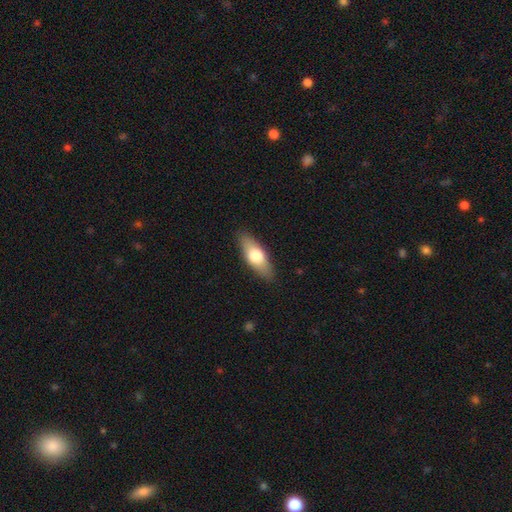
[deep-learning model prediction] This is likely a smooth galaxy (64%). How rounded: likely in between (67%). Merging: clearly none (87%).